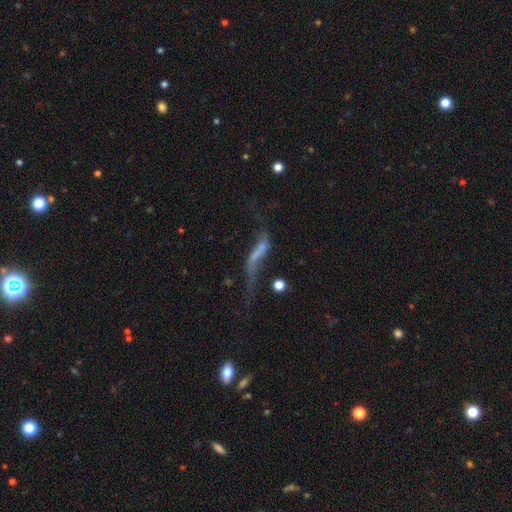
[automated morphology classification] smooth-or-featured: featured or disk: 63% | smooth: 23% | star or artifact: 14%
  disk-edge-on: no: 78% | yes: 22%
  merging: major disturbance: 38% | none: 29% | minor disturbance: 16% | merger: 16%